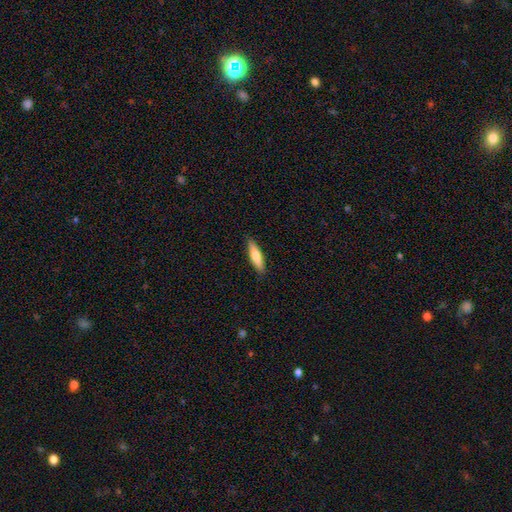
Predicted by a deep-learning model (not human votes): A smooth galaxy with no disk features (72%) that is cigar-shaped (72%).

Vote fractions:
- Smooth or featured? smooth: 72% / featured or disk: 23% / star or artifact: 5%
- How rounded? cigar-shaped: 72% / in between: 26% / round: 2%
- Merging? none: 88% / minor disturbance: 9% / major disturbance: 2% / merger: 1%